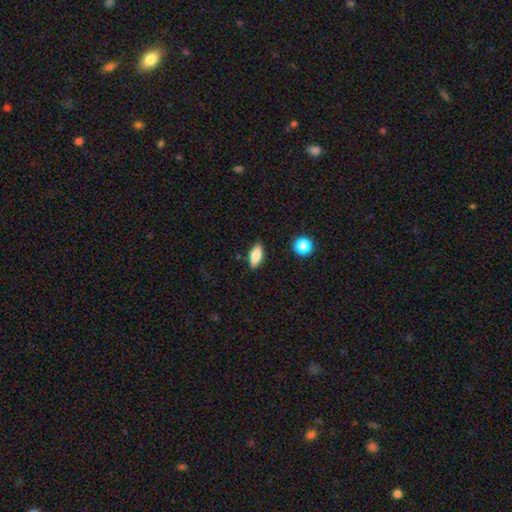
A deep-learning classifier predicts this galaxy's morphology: smooth-or-featured: smooth: 81% | featured or disk: 12% | star or artifact: 8%
  how-rounded: in between: 78% | cigar-shaped: 19% | round: 3%
  merging: none: 86% | minor disturbance: 10% | major disturbance: 2% | merger: 2%